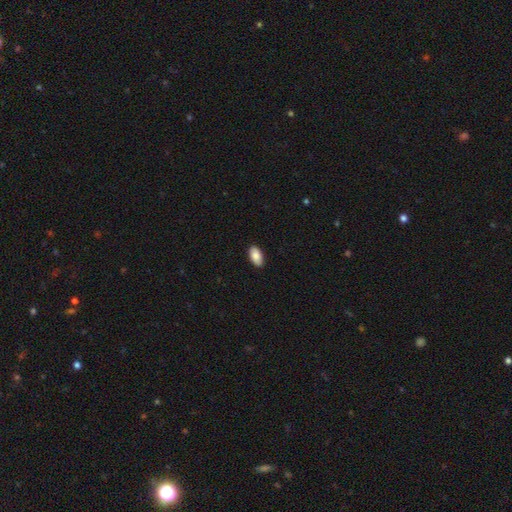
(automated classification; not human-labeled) smooth-or-featured: smooth: 87% | featured or disk: 7% | star or artifact: 6%
  how-rounded: in between: 95% | round: 3% | cigar-shaped: 3%
  merging: none: 89% | minor disturbance: 8% | major disturbance: 2% | merger: 1%